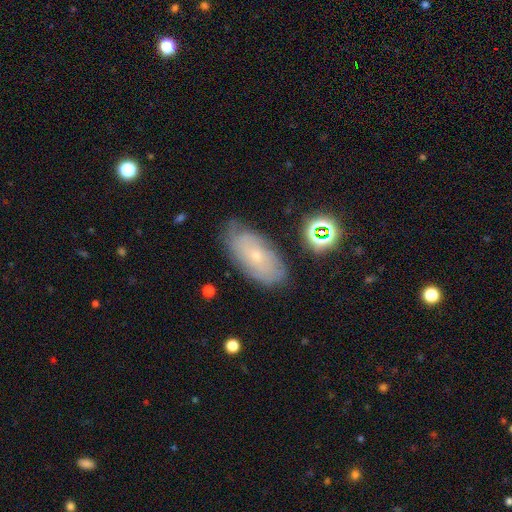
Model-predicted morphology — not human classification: Smooth or featured? featured or disk (55%)
Edge-on disk? no (91%)
Bar? no (85%)
Spiral arms? yes (72%)
Bulge size? small (81%)
Merging? none (70%)